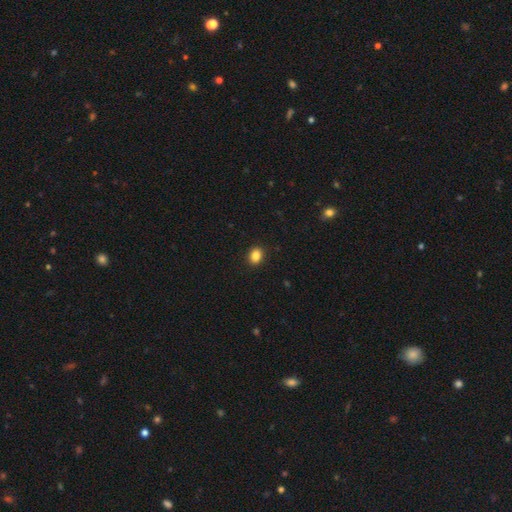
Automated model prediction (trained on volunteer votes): smooth 86%, star or artifact 10%, featured or disk 4%. Down the decision tree: how rounded — in between (50%); merging — none (91%).